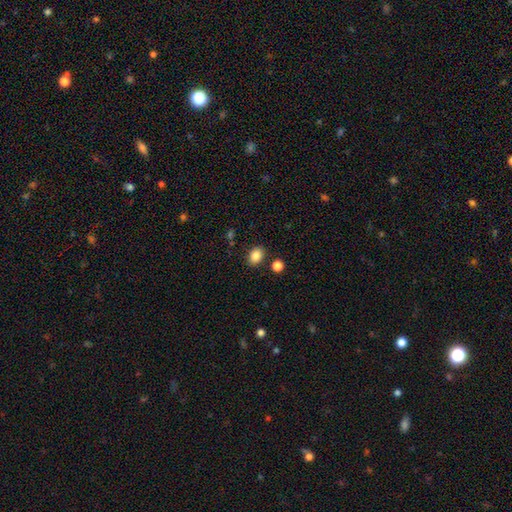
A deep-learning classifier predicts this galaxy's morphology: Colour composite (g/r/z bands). It shows a smooth galaxy with no disk features (86%) that is in between round and cigar-shaped (65%). Merging: none (84%).